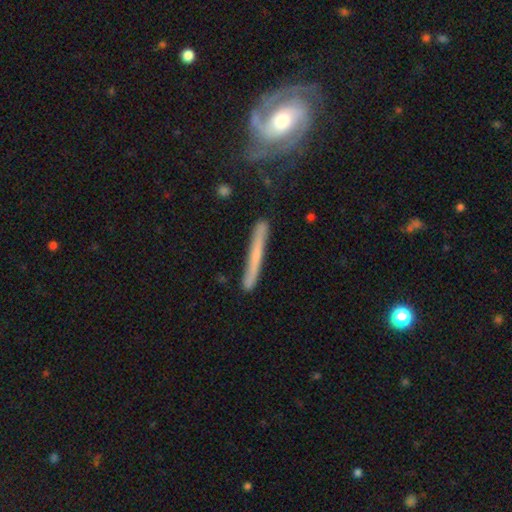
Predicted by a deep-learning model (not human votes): Smooth or featured?
  - smooth: 50% *
  - featured or disk: 43%
  - star or artifact: 7%
How rounded?
  - cigar-shaped: 96% *
  - in between: 2%
  - round: 2%
Merging?
  - none: 80% *
  - minor disturbance: 14%
  - major disturbance: 3%
  - merger: 3%